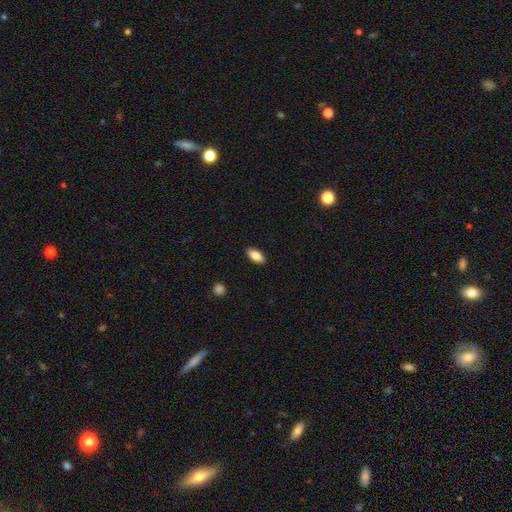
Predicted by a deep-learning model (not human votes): A smooth galaxy with no disk features (85%) that is in between round and cigar-shaped (89%).

Vote fractions:
- Smooth or featured? smooth: 85% / featured or disk: 8% / star or artifact: 7%
- How rounded? in between: 89% / cigar-shaped: 8% / round: 3%
- Merging? none: 90% / minor disturbance: 7% / major disturbance: 2% / merger: 1%